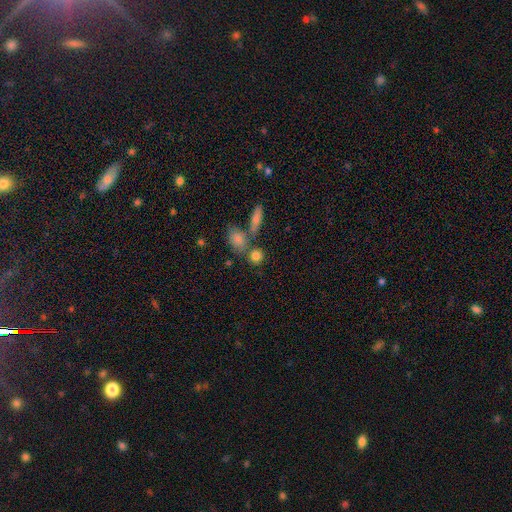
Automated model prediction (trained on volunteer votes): smooth_or_featured: smooth (p=0.82) [alt: star or artifact p=0.10]
how_rounded: round (p=0.74) [alt: in between p=0.22]
merging: none (p=0.62) [alt: merger p=0.24]